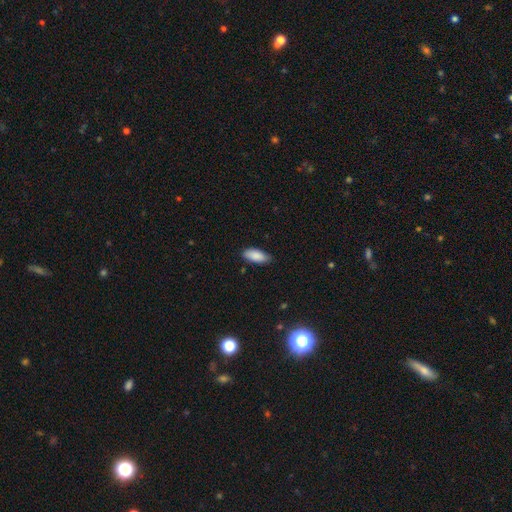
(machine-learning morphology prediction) A smooth galaxy with no disk features (89%) that is in between round and cigar-shaped (87%).

Vote fractions:
- Smooth or featured? smooth: 89% / star or artifact: 6% / featured or disk: 5%
- How rounded? in between: 87% / cigar-shaped: 11% / round: 2%
- Merging? none: 83% / minor disturbance: 14% / major disturbance: 2% / merger: 1%